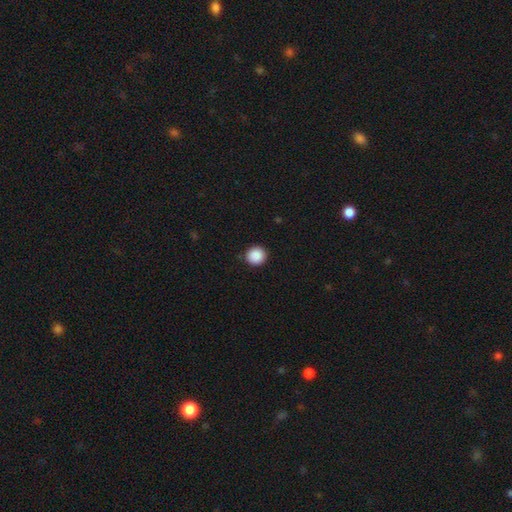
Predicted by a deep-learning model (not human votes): A smooth galaxy with no disk features (89%) that is round (93%). Merging: none (91%).